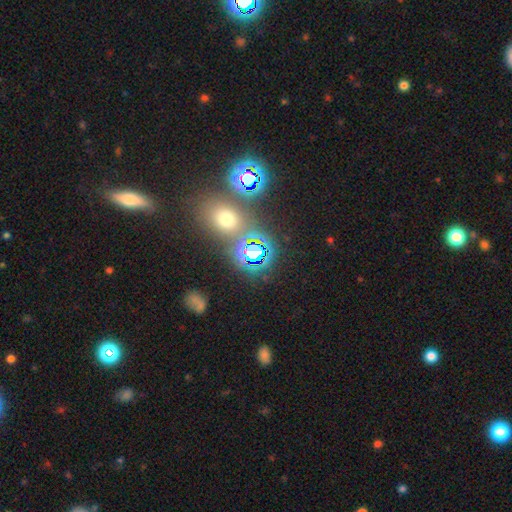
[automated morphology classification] smooth-or-featured: star or artifact: 68% | smooth: 22% | featured or disk: 9%